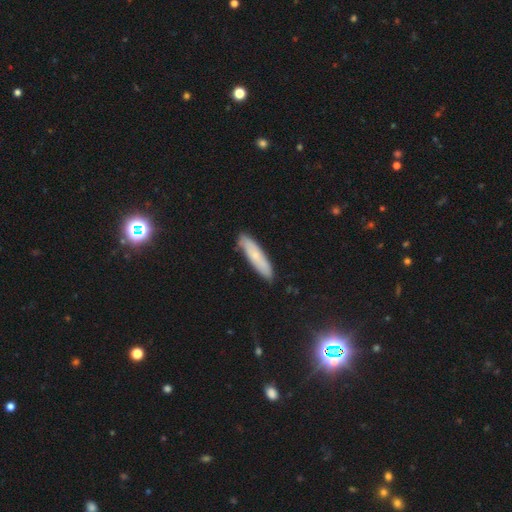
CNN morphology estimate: Smooth or featured?
  - smooth: 61% *
  - featured or disk: 31%
  - star or artifact: 8%
How rounded?
  - cigar-shaped: 78% *
  - in between: 21%
  - round: 2%
Merging?
  - none: 84% *
  - minor disturbance: 13%
  - major disturbance: 2%
  - merger: 2%